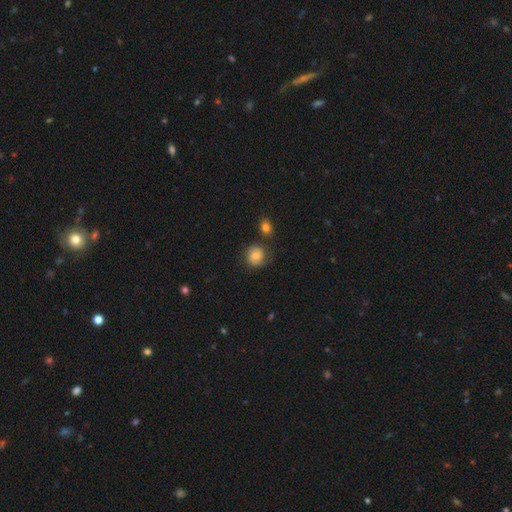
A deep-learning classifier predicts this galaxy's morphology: Smooth or featured?
  - smooth: 67% *
  - featured or disk: 23%
  - star or artifact: 10%
How rounded?
  - round: 83% *
  - in between: 16%
  - cigar-shaped: 1%
Merging?
  - none: 68% *
  - minor disturbance: 19%
  - major disturbance: 7%
  - merger: 6%